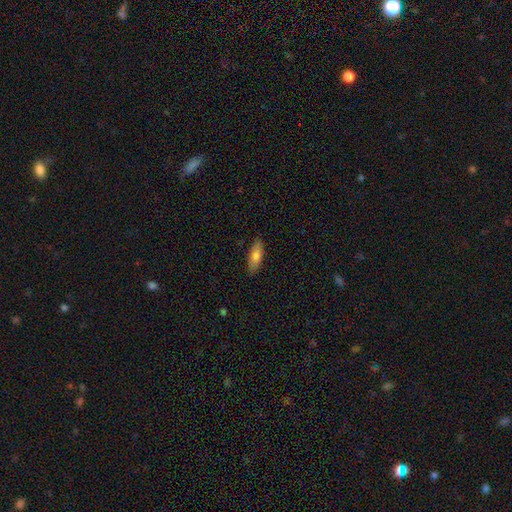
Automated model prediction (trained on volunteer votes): Smooth or featured: smooth — 78% (featured or disk — 16%)
How rounded: in between — 70% (cigar-shaped — 28%)
Merging: none — 87% (minor disturbance — 10%)